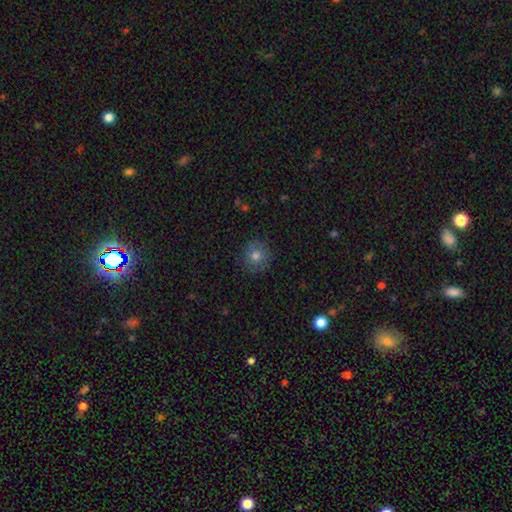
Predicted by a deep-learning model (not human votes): The model was most divided on "smooth or featured": smooth: 77%, star or artifact: 12%, featured or disk: 11%. More confident: how rounded — round (92%); merging — none (87%).